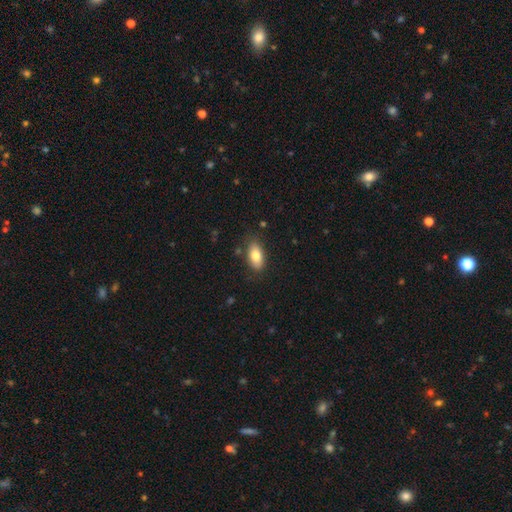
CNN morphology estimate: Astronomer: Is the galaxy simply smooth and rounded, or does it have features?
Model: smooth — 78%.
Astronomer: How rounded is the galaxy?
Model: in between — 89%.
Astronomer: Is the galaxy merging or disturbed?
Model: none — 81%.